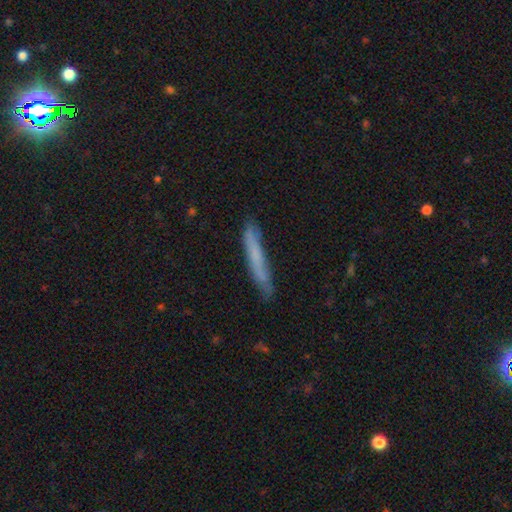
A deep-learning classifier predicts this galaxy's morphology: type=smooth (61%); roundness=cigar-shaped (95%); merging=none (77%).